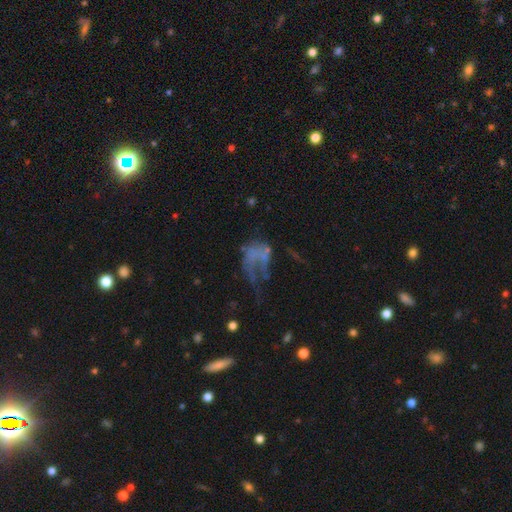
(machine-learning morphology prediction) Smooth or featured?
  - featured or disk: 51% *
  - smooth: 32%
  - star or artifact: 17%
Edge-on disk?
  - no: 97% *
  - yes: 3%
Merging?
  - major disturbance: 56% *
  - none: 20%
  - minor disturbance: 13%
  - merger: 11%